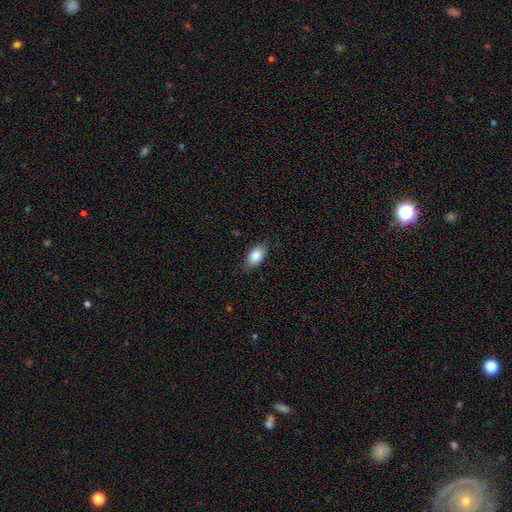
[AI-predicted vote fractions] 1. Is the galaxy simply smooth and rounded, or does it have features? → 83% smooth, 10% featured or disk, 7% star or artifact.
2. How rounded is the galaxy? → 90% in between, 5% round, 5% cigar-shaped.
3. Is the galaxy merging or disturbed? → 82% none, 14% minor disturbance, 3% major disturbance, 1% merger.